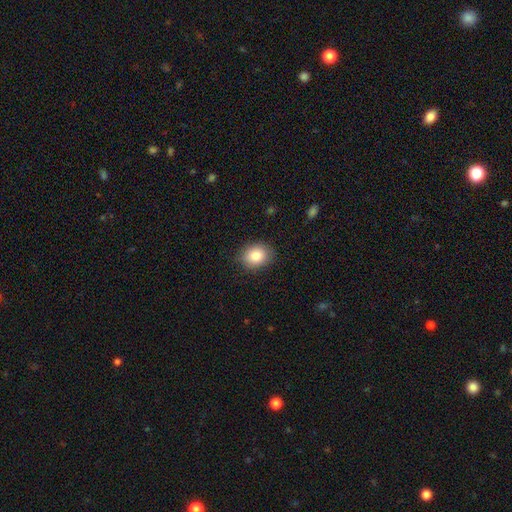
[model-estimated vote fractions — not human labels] Smooth or featured? Predicted: smooth (p=0.84). How rounded? Predicted: round (p=0.51). Merging? Predicted: none (p=0.86).